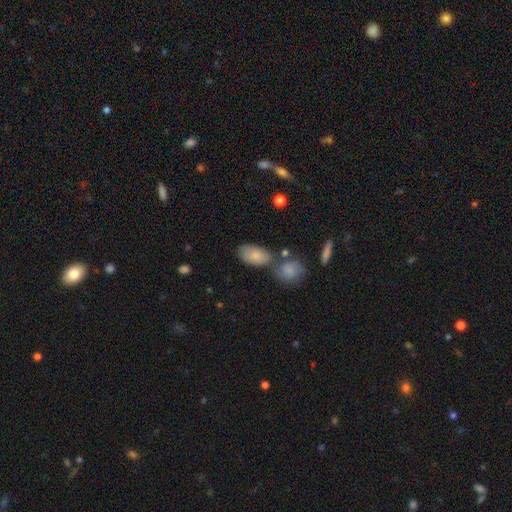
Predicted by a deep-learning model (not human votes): A smooth galaxy with no disk features (80%) that is in between round and cigar-shaped (92%). Merging: none (52%).